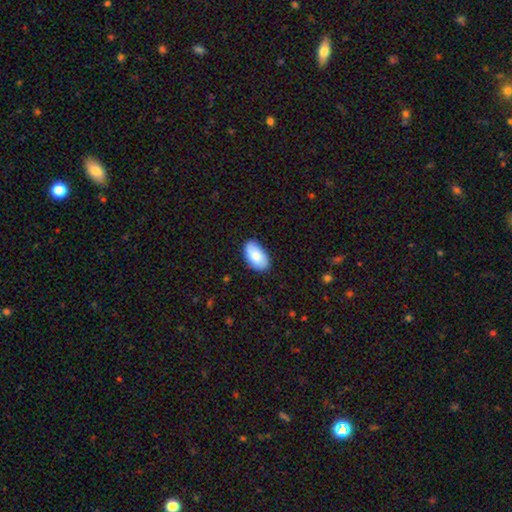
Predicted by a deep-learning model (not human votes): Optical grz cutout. It shows a smooth galaxy with no disk features (81%) that is in between round and cigar-shaped (95%). Merging: none (78%).